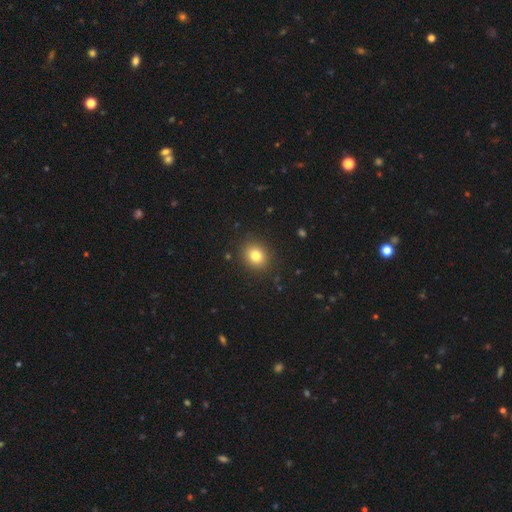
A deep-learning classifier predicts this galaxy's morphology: A smooth galaxy with no disk features (81%) that is round (66%).

Vote fractions:
- Smooth or featured? smooth: 81% / star or artifact: 11% / featured or disk: 8%
- How rounded? round: 66% / in between: 33% / cigar-shaped: 1%
- Merging? none: 89% / minor disturbance: 7% / major disturbance: 2% / merger: 1%